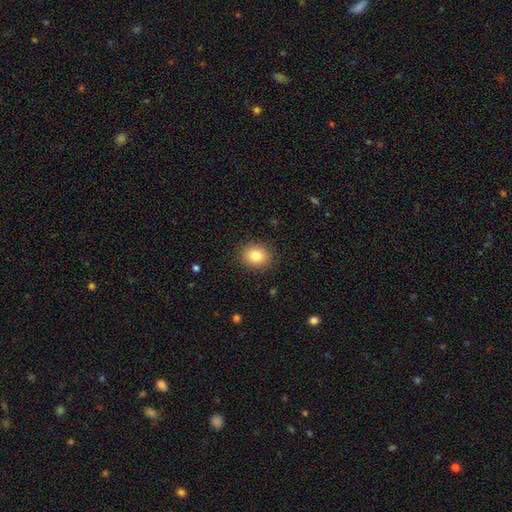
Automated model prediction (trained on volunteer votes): The model was most divided on "how rounded": round: 66%, in between: 34%, cigar-shaped: 1%. More confident: merging — none (89%); smooth or featured — smooth (83%).